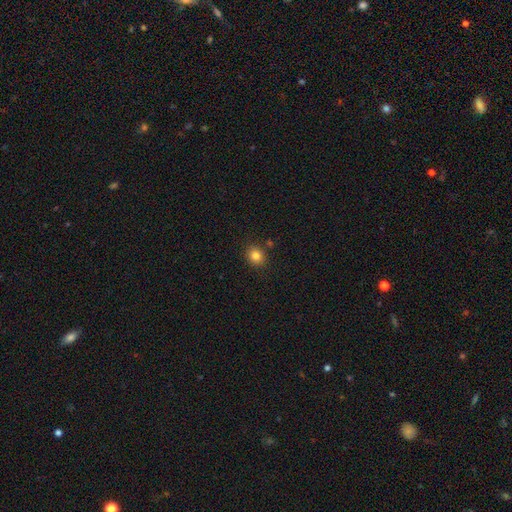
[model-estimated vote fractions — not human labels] Smooth or featured: smooth — 82% (star or artifact — 12%)
How rounded: round — 76% (in between — 23%)
Merging: none — 87% (minor disturbance — 8%)